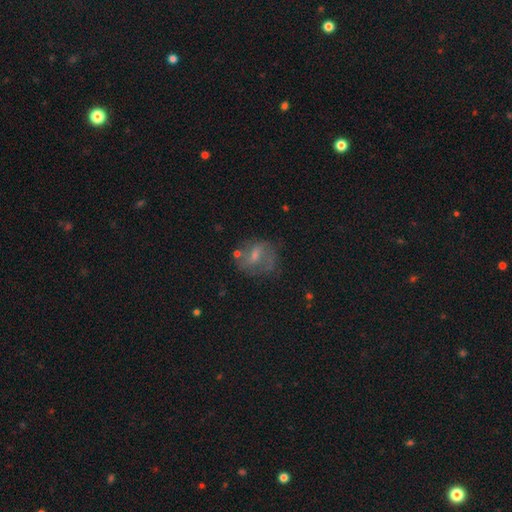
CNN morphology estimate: type=featured or disk (48%); merging=none (51%).